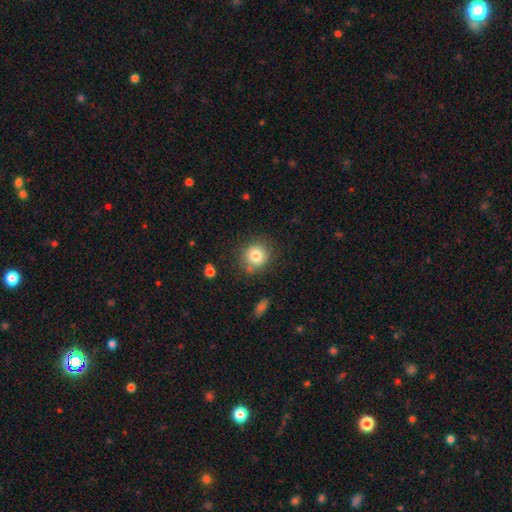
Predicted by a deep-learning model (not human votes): smooth_or_featured: smooth (p=0.80) [alt: star or artifact p=0.10]
how_rounded: round (p=0.87) [alt: in between p=0.12]
merging: none (p=0.78) [alt: minor disturbance p=0.13]